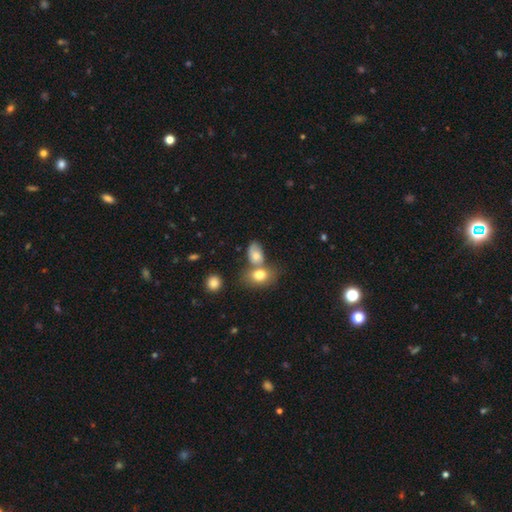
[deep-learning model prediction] smooth 71%, featured or disk 19%, star or artifact 10%. Down the decision tree: how rounded — in between (80%); merging — merger (46%).